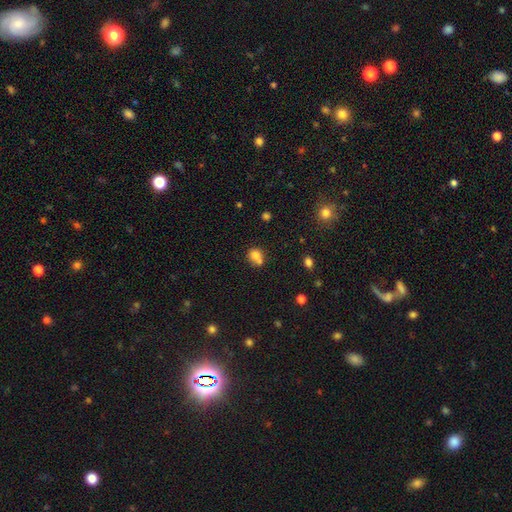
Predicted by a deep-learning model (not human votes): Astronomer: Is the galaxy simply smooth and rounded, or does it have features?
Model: smooth — 76%.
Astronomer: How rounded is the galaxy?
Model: round — 75%.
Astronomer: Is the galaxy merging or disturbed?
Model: merger — 45% (runner-up: none, 41%).